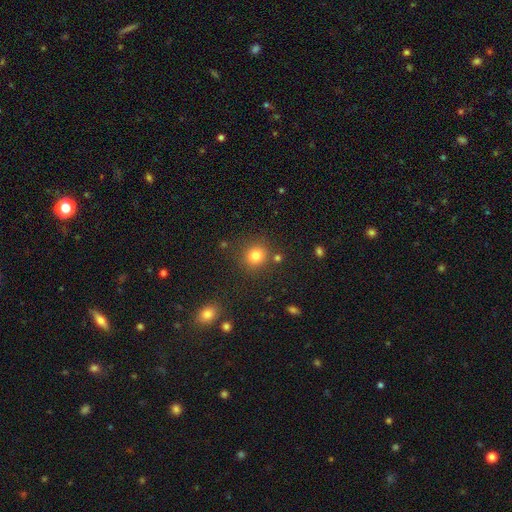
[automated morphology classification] smooth 81%, star or artifact 13%, featured or disk 6%. Down the decision tree: how rounded — round (85%); merging — none (81%).